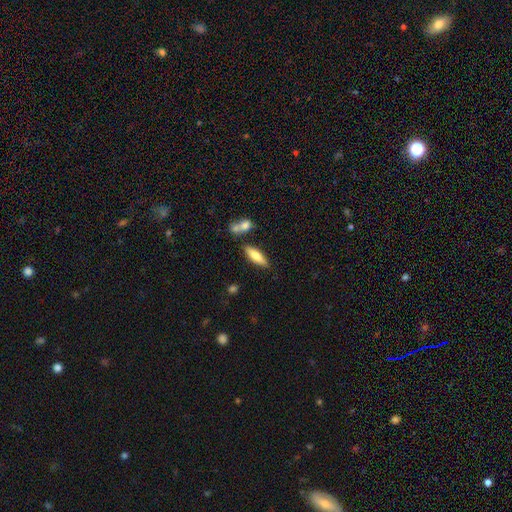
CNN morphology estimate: Smooth or featured? smooth (71%)
How rounded? cigar-shaped (57%)
Merging? none (76%)